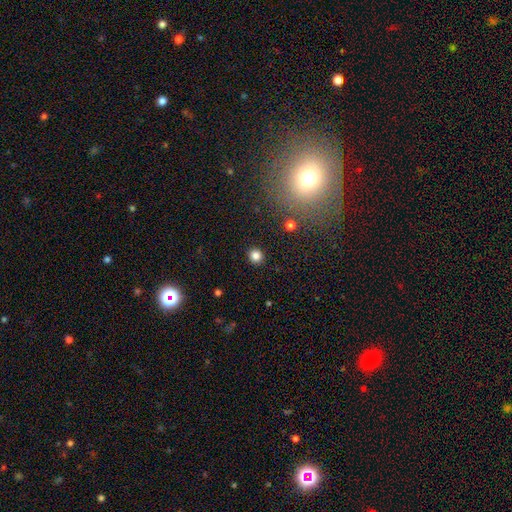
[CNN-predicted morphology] The model was most divided on "smooth or featured": smooth: 82%, star or artifact: 13%, featured or disk: 5%. More confident: merging — none (91%); how rounded — round (89%).